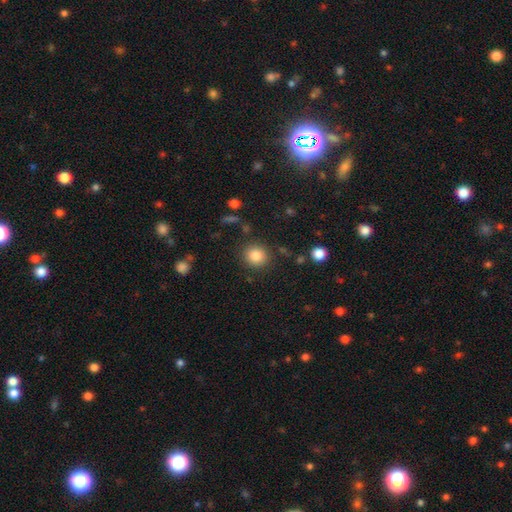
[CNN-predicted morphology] Smooth or featured? smooth (84%)
How rounded? round (86%)
Merging? none (86%)